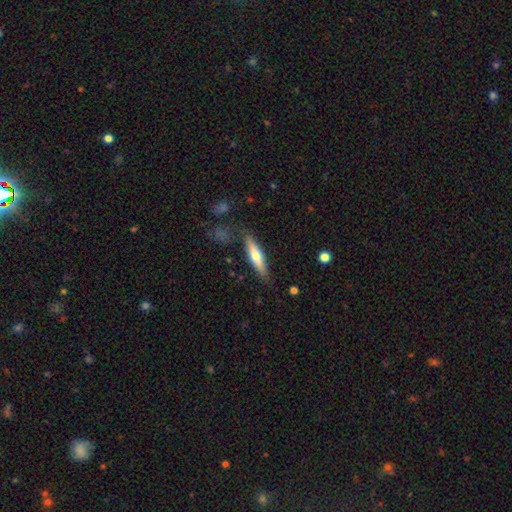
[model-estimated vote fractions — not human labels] smooth-or-featured: smooth: 56% | featured or disk: 38% | star or artifact: 6%
  how-rounded: cigar-shaped: 75% | in between: 23% | round: 2%
  merging: none: 81% | minor disturbance: 12% | major disturbance: 3% | merger: 3%